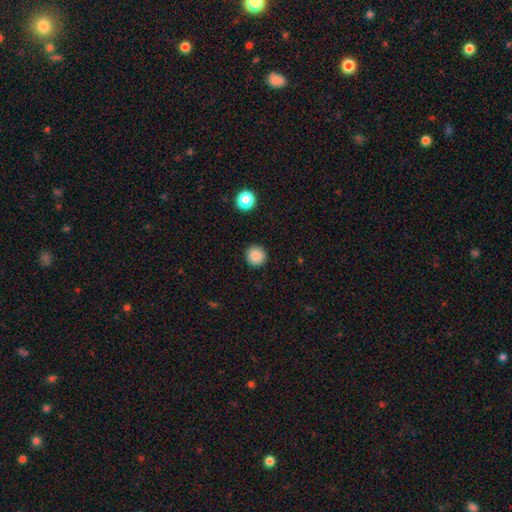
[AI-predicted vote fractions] Morphology: type=smooth (86%); roundness=round (95%); merging=none (92%).